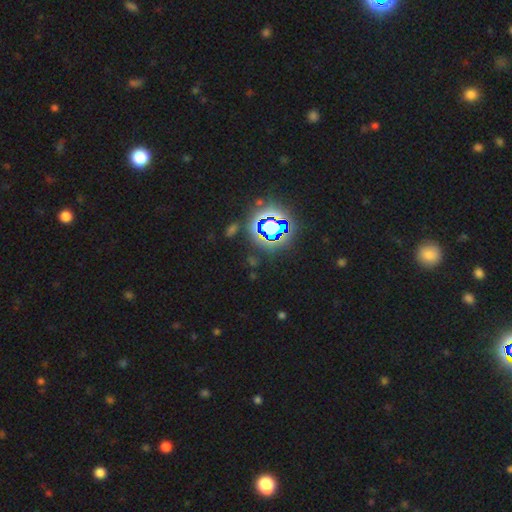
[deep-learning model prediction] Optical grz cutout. It shows a star or artifact, not a galaxy (79%).